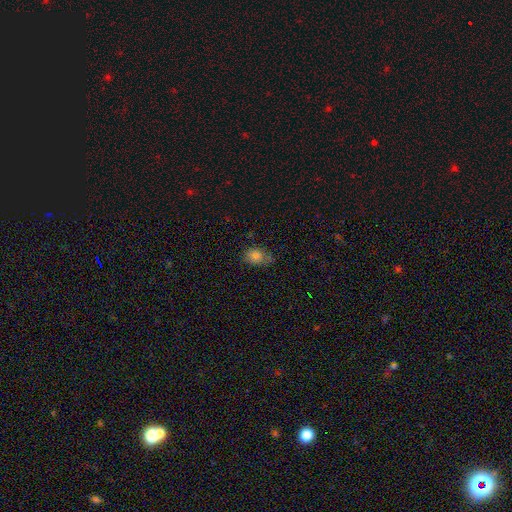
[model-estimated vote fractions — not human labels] This appears to be a smooth galaxy with no disk features (81%) that is in between round and cigar-shaped (64%). Merging: none (61%).